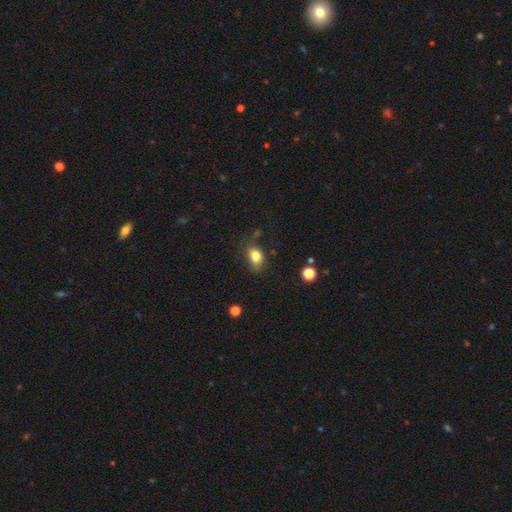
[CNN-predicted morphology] A smooth galaxy with no disk features (81%) that is in between round and cigar-shaped (77%).

Vote fractions:
- Smooth or featured? smooth: 81% / star or artifact: 10% / featured or disk: 9%
- How rounded? in between: 77% / round: 21% / cigar-shaped: 2%
- Merging? none: 60% / minor disturbance: 27% / major disturbance: 9% / merger: 4%